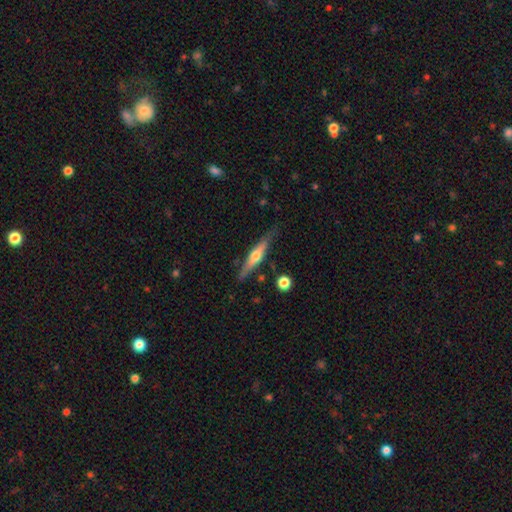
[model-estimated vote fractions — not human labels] A featured or disk galaxy (61%) viewed edge-on (95%) with a rounded central bulge (89%).

Vote fractions:
- Smooth or featured? featured or disk: 61% / smooth: 33% / star or artifact: 6%
- Edge-on disk? yes: 95% / no: 5%
- Edge-on bulge? rounded: 89% / none: 5% / boxy: 5%
- Merging? none: 79% / minor disturbance: 15% / merger: 3% / major disturbance: 3%